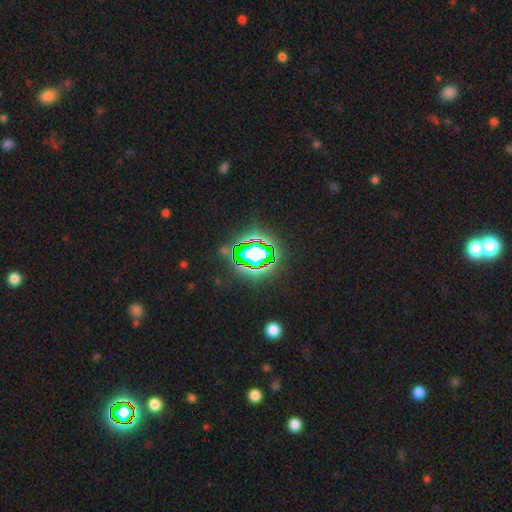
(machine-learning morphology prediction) star or artifact 70%, smooth 17%, featured or disk 13%.